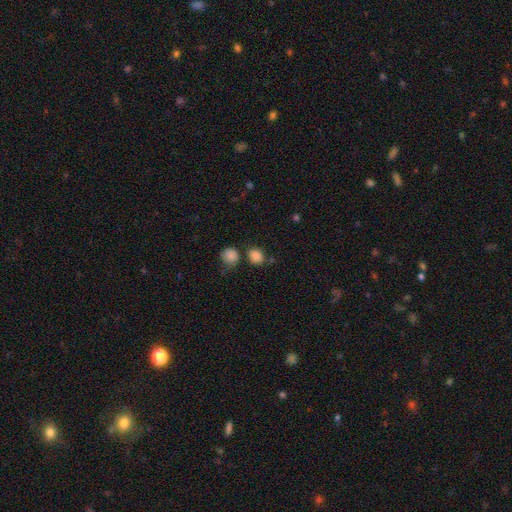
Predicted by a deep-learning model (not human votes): This appears to be a smooth galaxy with no disk features (84%) that is round (61%). Merging: none (67%).